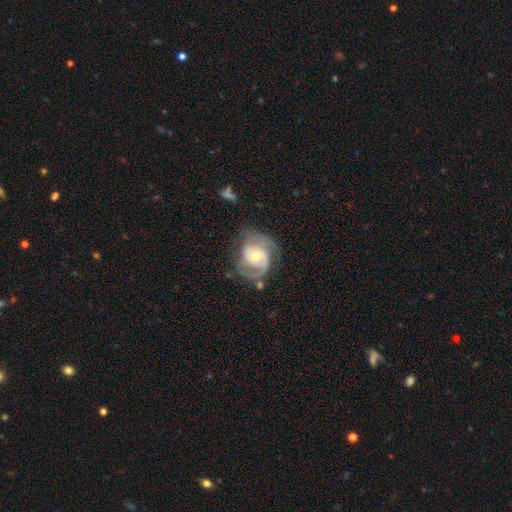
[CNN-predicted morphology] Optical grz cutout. It shows a featured or disk galaxy (79%) with no bar (67%), 2 (61%) tight (43%) spiral arms (90%) and a moderate central bulge (63%). Merging: none (54%).